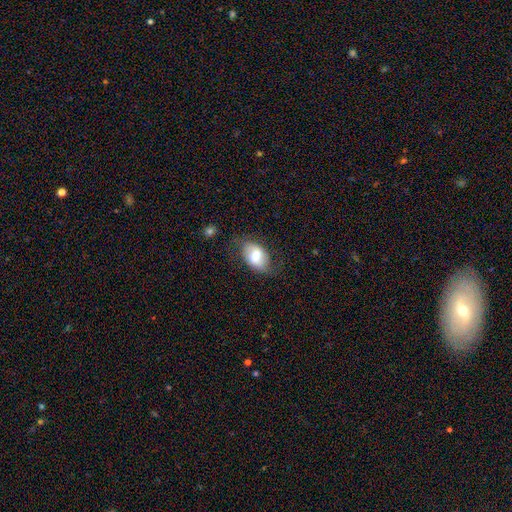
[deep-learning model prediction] smooth-or-featured: smooth: 61% | featured or disk: 32% | star or artifact: 7%
  how-rounded: in between: 87% | round: 11% | cigar-shaped: 1%
  merging: none: 71% | minor disturbance: 21% | major disturbance: 7% | merger: 1%